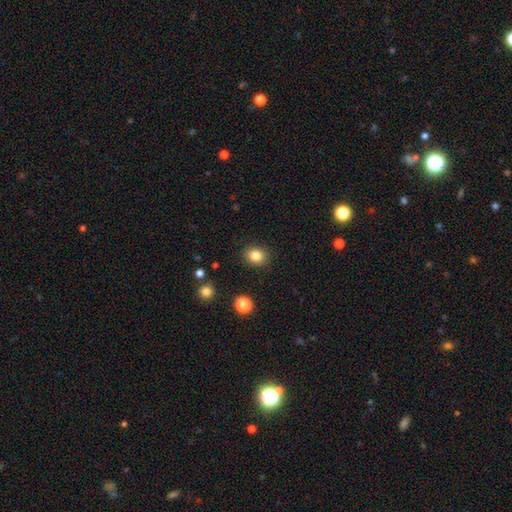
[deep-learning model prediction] This appears to be a smooth galaxy with no disk features (83%) that is round (63%). Merging: none (89%).